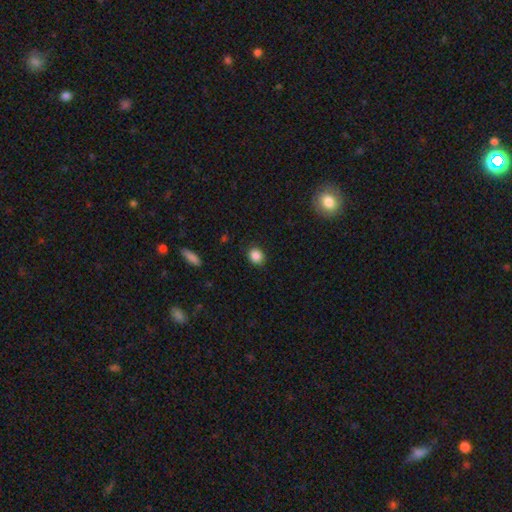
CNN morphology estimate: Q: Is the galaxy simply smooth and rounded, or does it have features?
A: smooth — 86%.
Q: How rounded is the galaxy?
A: round — 68%.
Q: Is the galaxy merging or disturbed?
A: none — 89%.